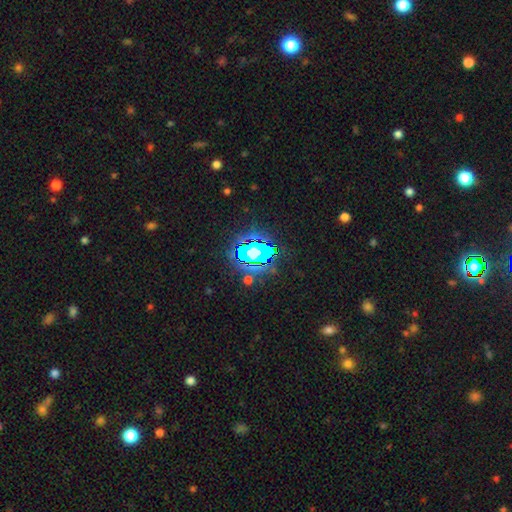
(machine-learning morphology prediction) This is possibly a star or artifact rather than a galaxy (59%).